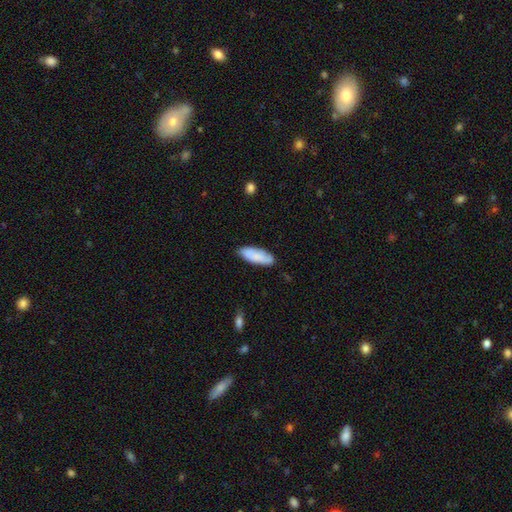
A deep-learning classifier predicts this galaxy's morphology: smooth 83%, featured or disk 11%, star or artifact 6%. Down the decision tree: how rounded — in between (65%); merging — none (81%).